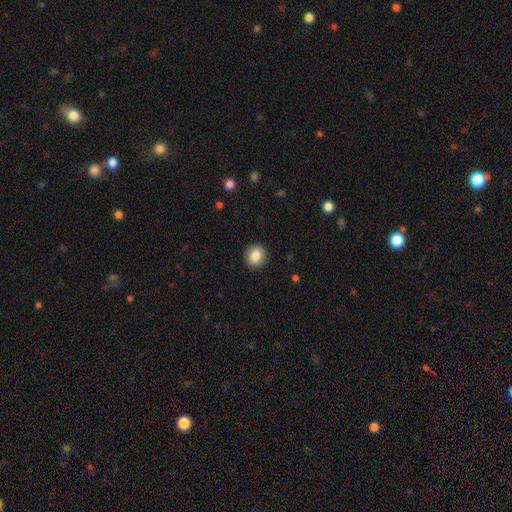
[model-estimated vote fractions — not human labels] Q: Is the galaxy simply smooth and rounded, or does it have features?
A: smooth — 85%.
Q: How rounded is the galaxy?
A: round — 87%.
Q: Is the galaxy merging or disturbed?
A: none — 91%.